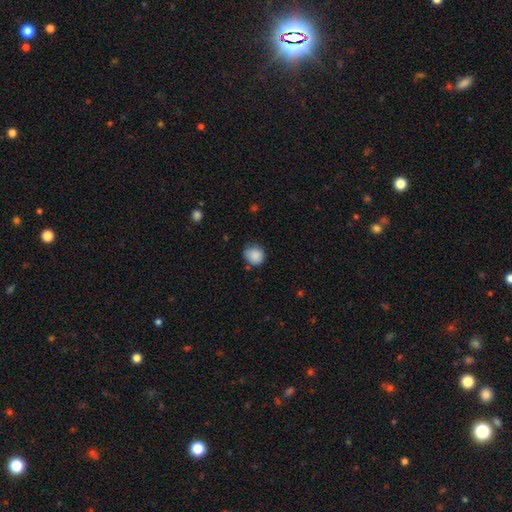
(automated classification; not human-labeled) Q: Smooth or featured?
A: smooth (87%); runner-up: star or artifact (8%)
Q: How rounded?
A: round (84%); runner-up: in between (15%)
Q: Merging?
A: none (64%); runner-up: minor disturbance (28%)